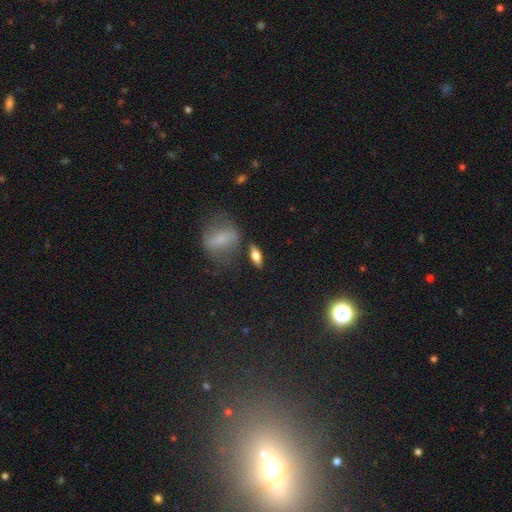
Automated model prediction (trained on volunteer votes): Morphology: type=smooth (63%); roundness=in between (65%); merging=none (78%).